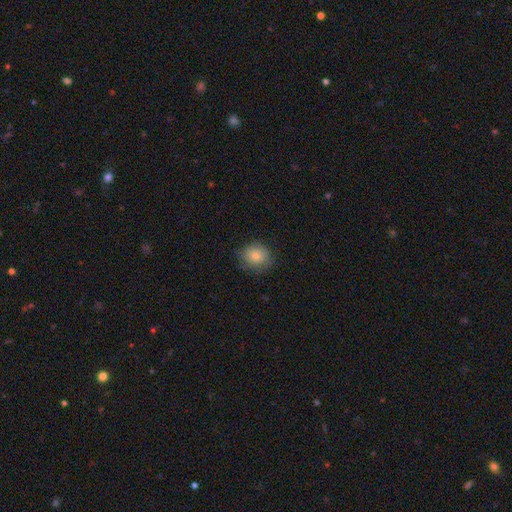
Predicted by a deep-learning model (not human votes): Q: Smooth or featured?
A: smooth (80%); runner-up: featured or disk (11%)
Q: How rounded?
A: round (71%); runner-up: in between (28%)
Q: Merging?
A: none (78%); runner-up: minor disturbance (16%)